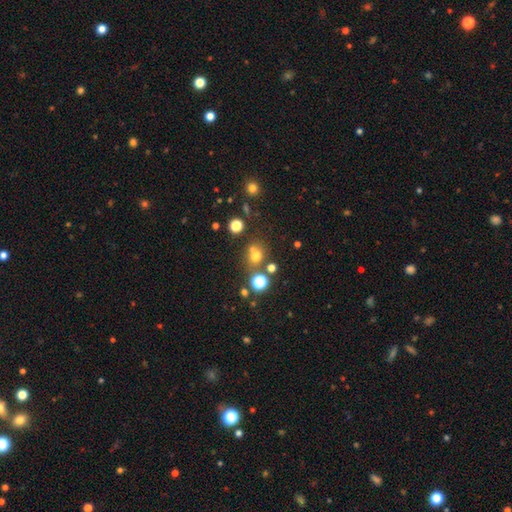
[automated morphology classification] A smooth galaxy with no disk features (66%) that is round (80%).

Vote fractions:
- Smooth or featured? smooth: 66% / star or artifact: 24% / featured or disk: 11%
- How rounded? round: 80% / in between: 19% / cigar-shaped: 1%
- Merging? none: 60% / merger: 25% / minor disturbance: 10% / major disturbance: 5%